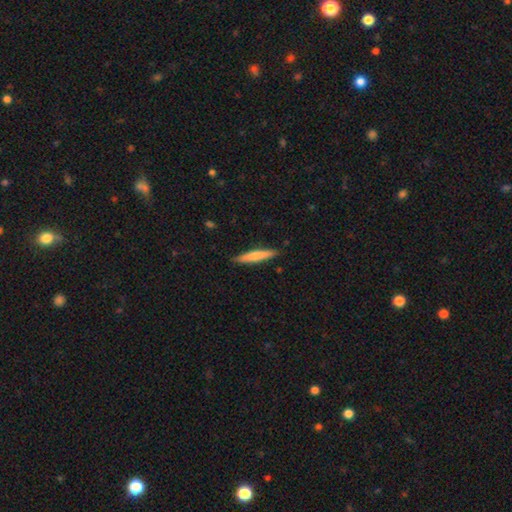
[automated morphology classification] This is likely a smooth galaxy (67%). How rounded: clearly cigar-shaped (91%). Merging: clearly none (89%).